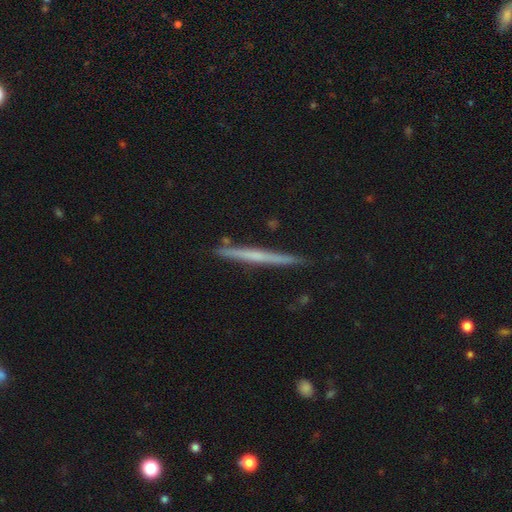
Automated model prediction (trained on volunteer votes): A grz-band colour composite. It shows a featured or disk galaxy (58%) viewed edge-on (98%) with no central bulge (76%). Merging: none (89%).